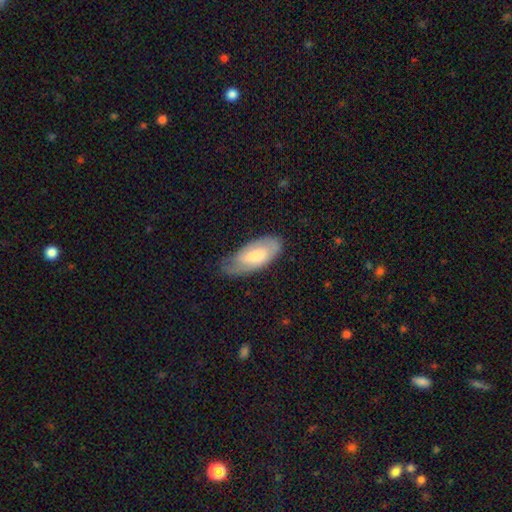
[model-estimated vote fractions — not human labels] Smooth or featured? smooth (51%)
How rounded? in between (86%)
Merging? none (63%)